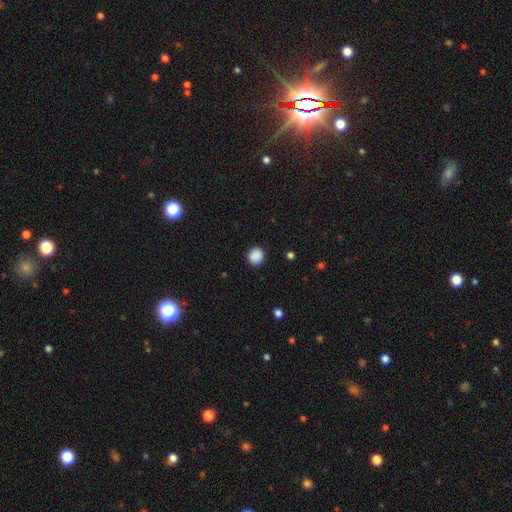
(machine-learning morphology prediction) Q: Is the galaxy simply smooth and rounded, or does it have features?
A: smooth — 89%.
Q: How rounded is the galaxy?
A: round — 88%.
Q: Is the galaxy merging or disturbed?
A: none — 91%.